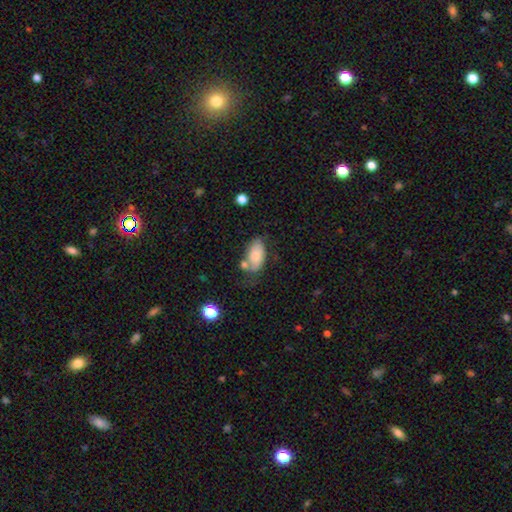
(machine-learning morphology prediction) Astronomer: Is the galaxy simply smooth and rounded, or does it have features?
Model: smooth — 74%.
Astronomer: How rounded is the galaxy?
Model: in between — 94%.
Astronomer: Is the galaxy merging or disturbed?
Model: none — 47% (runner-up: minor disturbance, 26%).